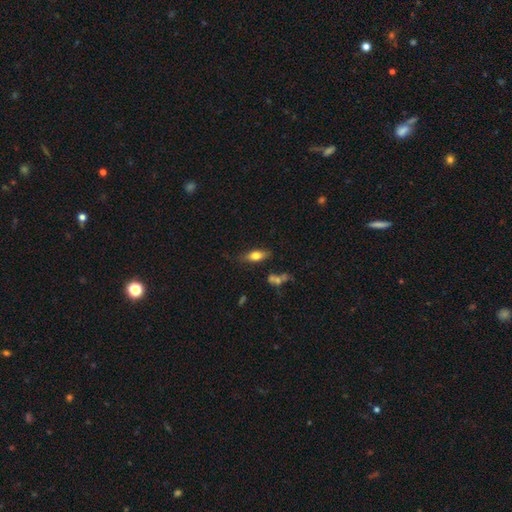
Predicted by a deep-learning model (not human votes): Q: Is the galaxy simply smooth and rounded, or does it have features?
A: smooth — 68%.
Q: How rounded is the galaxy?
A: in between — 72%.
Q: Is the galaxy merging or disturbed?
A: none — 72%.